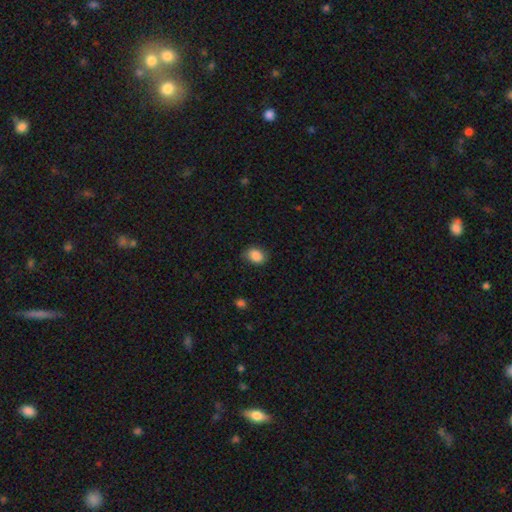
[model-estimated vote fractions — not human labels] A smooth galaxy with no disk features (88%) that is in between round and cigar-shaped (63%).

Vote fractions:
- Smooth or featured? smooth: 88% / star or artifact: 8% / featured or disk: 4%
- How rounded? in between: 63% / round: 36% / cigar-shaped: 1%
- Merging? none: 79% / minor disturbance: 16% / major disturbance: 3% / merger: 1%